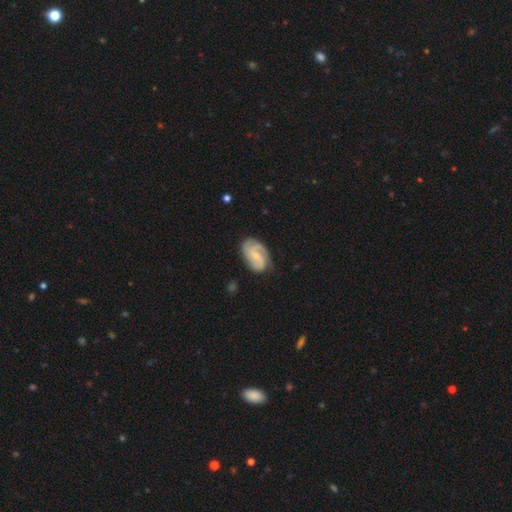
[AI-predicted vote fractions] This appears to be a featured or disk galaxy (77%) with a weak bar (47%), 2 (39%) medium (46%) spiral arms (95%) and a small central bulge (64%). Merging: none (72%).